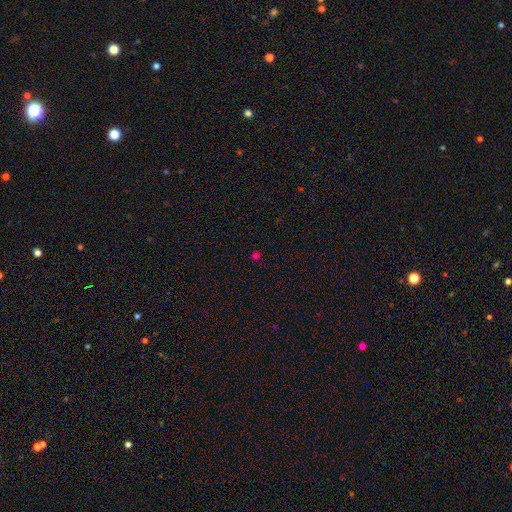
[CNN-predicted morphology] This is possibly a smooth galaxy (53%). How rounded: clearly round (82%). Merging: clearly none (84%).